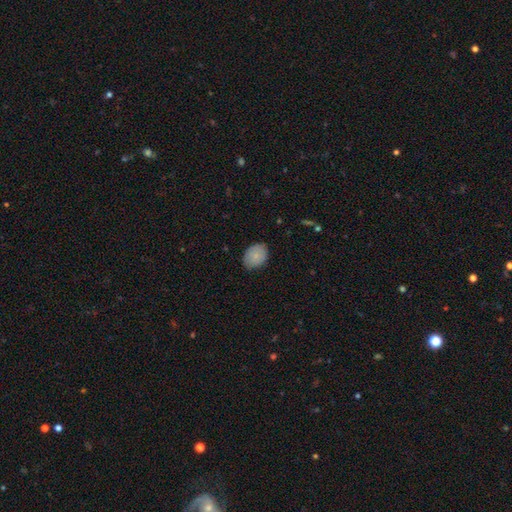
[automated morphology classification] A smooth galaxy with no disk features (82%) that is in between round and cigar-shaped (65%).

Vote fractions:
- Smooth or featured? smooth: 82% / featured or disk: 11% / star or artifact: 7%
- How rounded? in between: 65% / round: 34% / cigar-shaped: 1%
- Merging? none: 79% / minor disturbance: 17% / major disturbance: 3% / merger: 1%